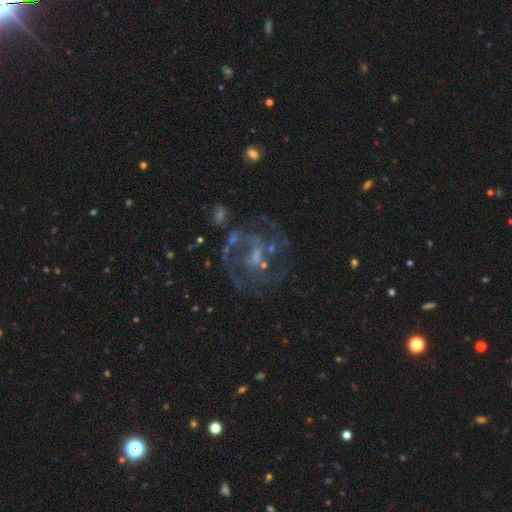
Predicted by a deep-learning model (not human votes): Smooth or featured: featured or disk — 79% (star or artifact — 12%)
Edge-on disk: no — 98% (yes — 2%)
Bar: weak — 44% (no — 40%)
Spiral arms: yes — 78% (no — 22%)
Spiral winding: medium — 48% (tight — 30%)
Spiral arm count: 2 — 38% (can't tell — 30%)
Bulge size: small — 38% (none — 33%)
Merging: none — 57% (major disturbance — 20%)